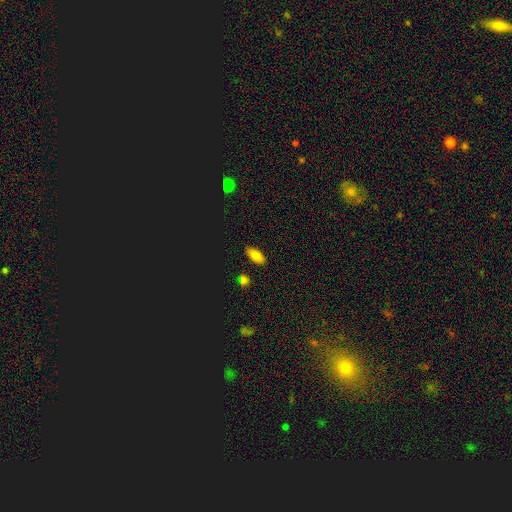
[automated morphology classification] Smooth or featured? Predicted: smooth (p=0.77). How rounded? Predicted: in between (p=0.88). Merging? Predicted: none (p=0.86).